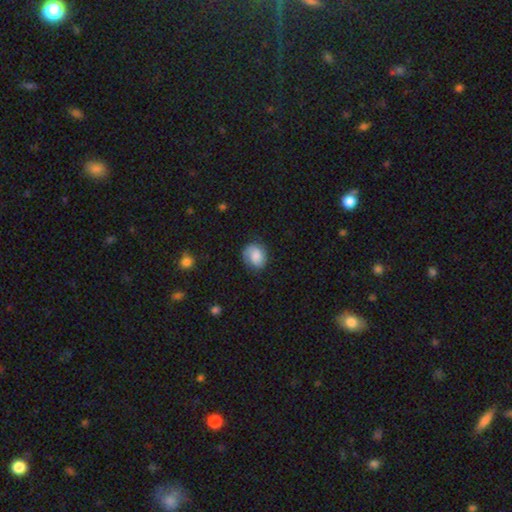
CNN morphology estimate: Q: Smooth or featured?
A: smooth (59%); runner-up: featured or disk (33%)
Q: How rounded?
A: round (63%); runner-up: in between (36%)
Q: Merging?
A: none (73%); runner-up: minor disturbance (19%)